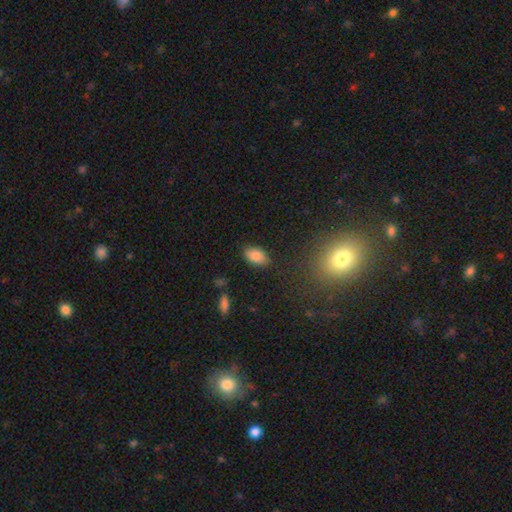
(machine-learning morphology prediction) Overall: smooth (84%). How rounded: in between (91%). Merging: none (83%).